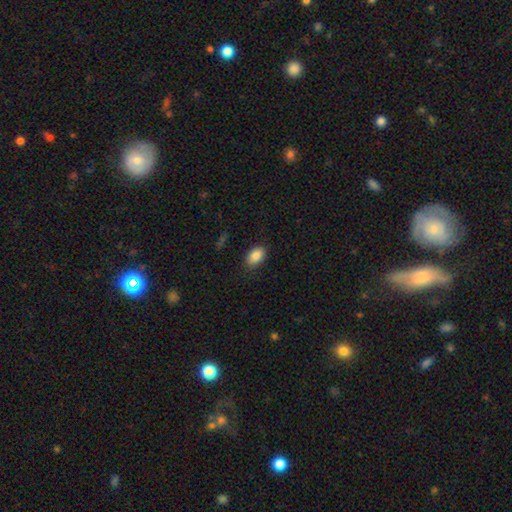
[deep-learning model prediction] Morphology: type=smooth (86%); roundness=in between (90%); merging=none (86%).